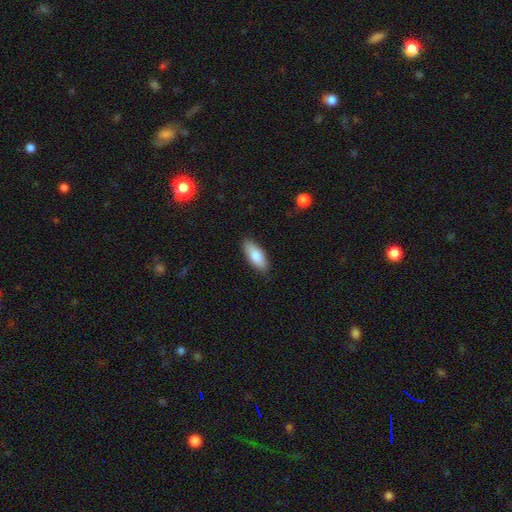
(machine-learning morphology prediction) This appears to be a smooth galaxy with no disk features (82%) that is in between round and cigar-shaped (80%). Merging: none (86%).